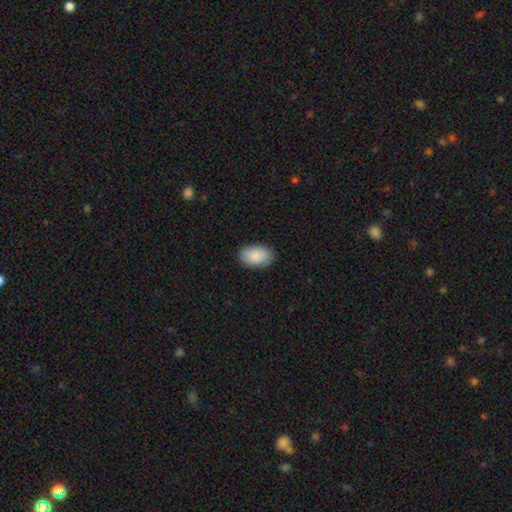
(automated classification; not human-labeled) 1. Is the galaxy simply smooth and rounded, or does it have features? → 88% smooth, 6% featured or disk, 6% star or artifact.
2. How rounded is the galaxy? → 91% in between, 8% round, 1% cigar-shaped.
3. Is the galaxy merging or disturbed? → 86% none, 11% minor disturbance, 2% major disturbance, 1% merger.